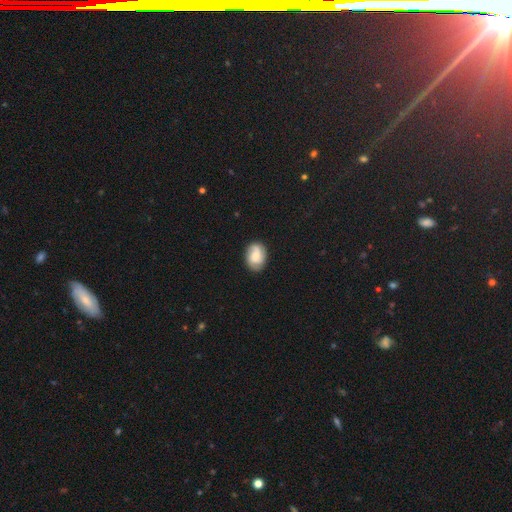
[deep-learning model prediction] Q: Smooth or featured?
A: featured or disk (46%); tied with: smooth (46%)
Q: Merging?
A: none (81%); runner-up: minor disturbance (14%)